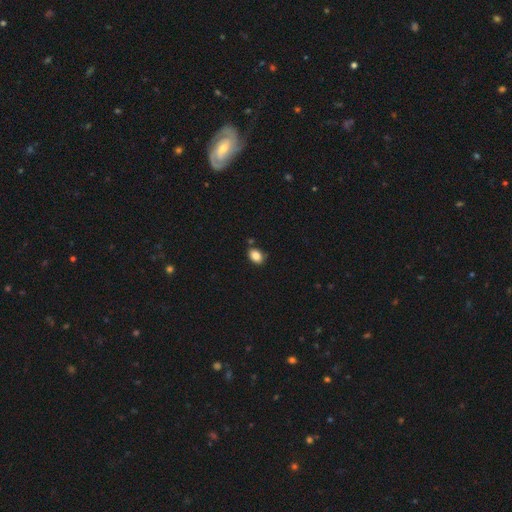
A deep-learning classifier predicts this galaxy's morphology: Q: Smooth or featured?
A: smooth (85%); runner-up: star or artifact (9%)
Q: How rounded?
A: in between (75%); runner-up: round (24%)
Q: Merging?
A: none (78%); runner-up: minor disturbance (14%)